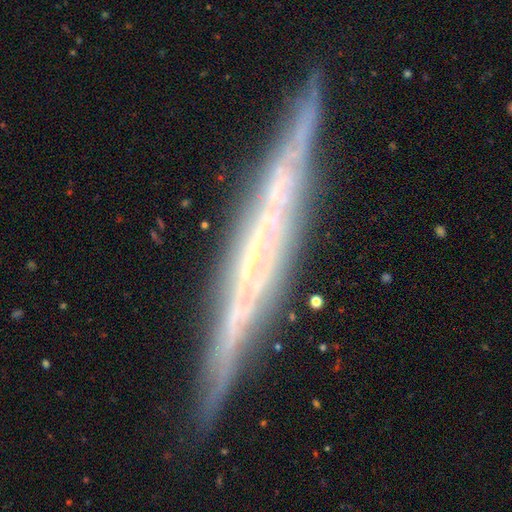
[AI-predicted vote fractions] smooth-or-featured: featured or disk: 82% | smooth: 10% | star or artifact: 8%
  disk-edge-on: yes: 94% | no: 6%
    edge-on-bulge: none: 65% | rounded: 20% | boxy: 14%
  merging: none: 86% | minor disturbance: 10% | major disturbance: 2% | merger: 2%